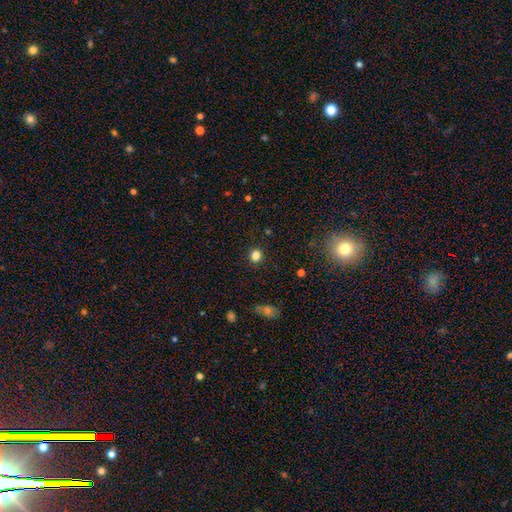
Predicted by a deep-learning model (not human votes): Morphology: type=smooth (82%); roundness=round (81%); merging=none (90%).